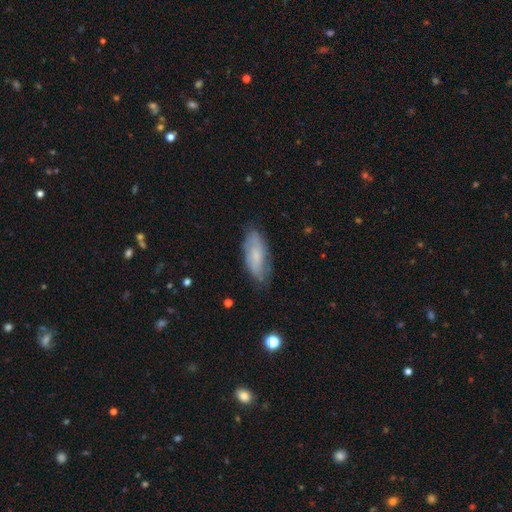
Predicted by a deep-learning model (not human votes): Overall: smooth (54%; featured or disk 39%). How rounded: in between (78%). Merging: none (73%).